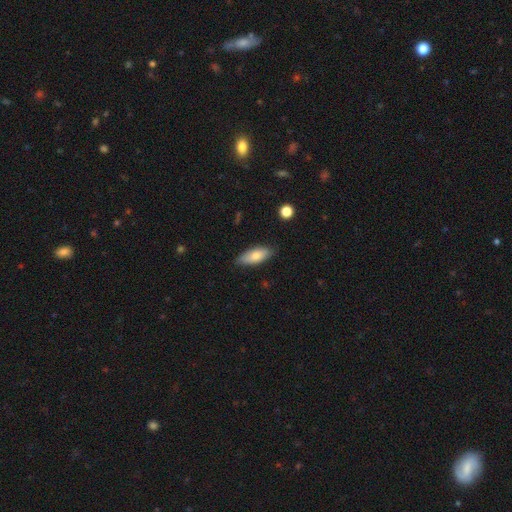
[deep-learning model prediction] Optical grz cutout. It shows a smooth galaxy with no disk features (77%) that is in between round and cigar-shaped (78%). Merging: none (81%).